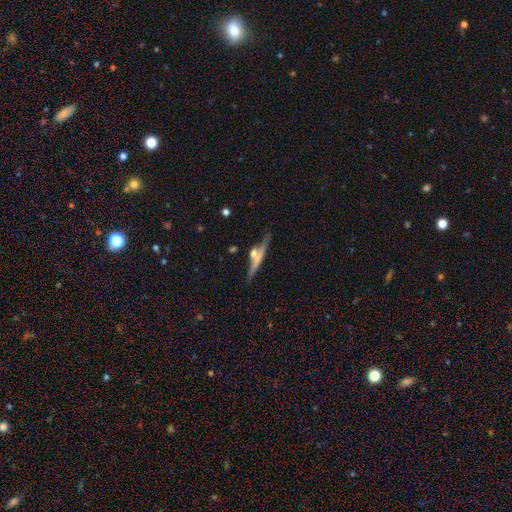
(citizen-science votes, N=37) smooth 51%, featured or disk 49%, star or artifact 0%. Down the decision tree: how rounded — cigar-shaped (74%); merging — none (54%).